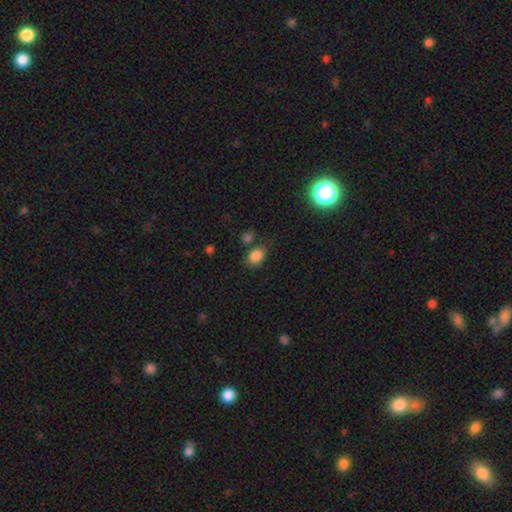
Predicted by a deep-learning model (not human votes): This is clearly a smooth galaxy (84%). How rounded: likely in between (64%). Merging: likely none (65%).